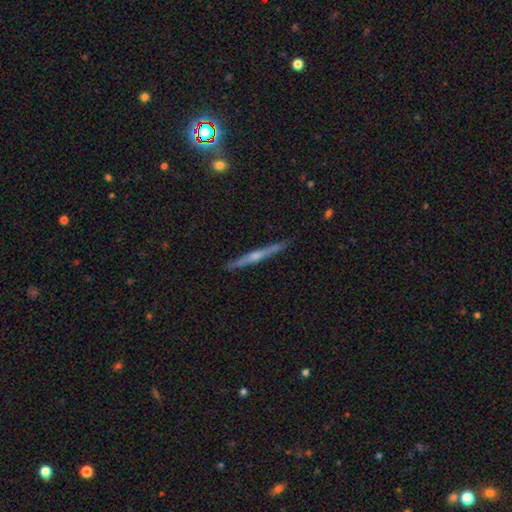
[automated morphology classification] Smooth or featured? featured or disk (72%)
Edge-on disk? yes (98%)
Edge-on bulge? rounded (70%)
Merging? none (91%)